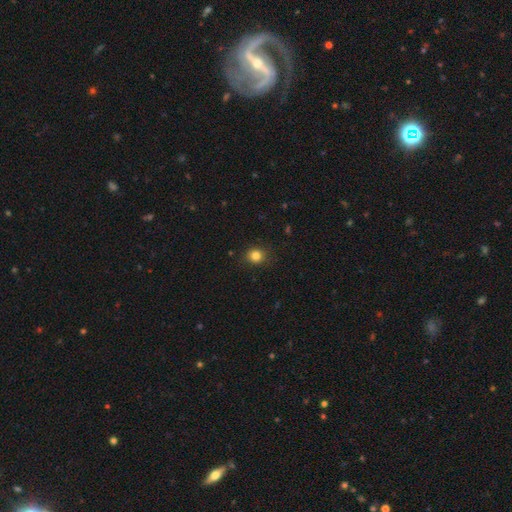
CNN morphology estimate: smooth 83%, star or artifact 12%, featured or disk 5%. Down the decision tree: how rounded — round (83%); merging — none (88%).